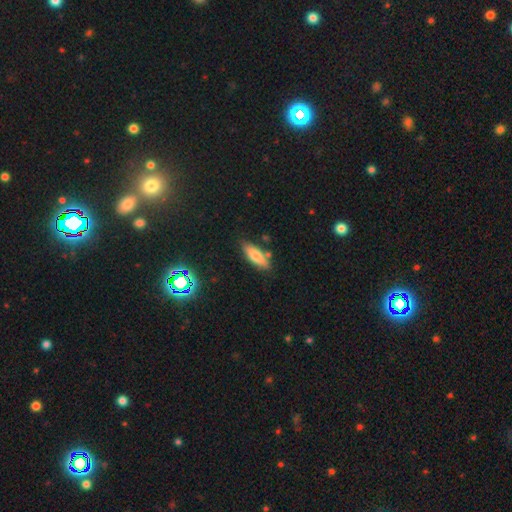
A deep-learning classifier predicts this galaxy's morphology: Smooth or featured: smooth — 72% (featured or disk — 19%)
How rounded: in between — 59% (cigar-shaped — 38%)
Merging: none — 79% (minor disturbance — 14%)